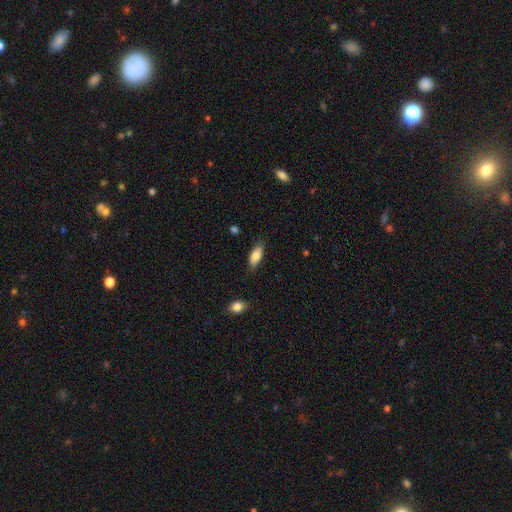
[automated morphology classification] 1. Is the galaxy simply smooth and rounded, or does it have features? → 82% smooth, 12% featured or disk, 7% star or artifact.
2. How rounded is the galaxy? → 79% in between, 18% cigar-shaped, 2% round.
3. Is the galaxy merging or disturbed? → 81% none, 15% minor disturbance, 3% major disturbance, 1% merger.